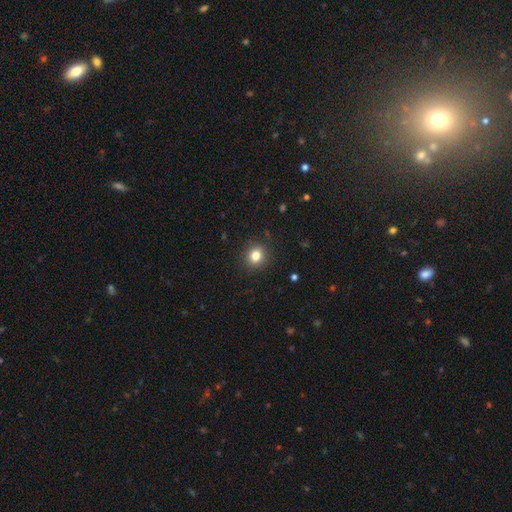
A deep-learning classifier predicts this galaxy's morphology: smooth_or_featured: smooth (p=0.82) [alt: star or artifact p=0.12]
how_rounded: round (p=0.79) [alt: in between p=0.20]
merging: none (p=0.90) [alt: minor disturbance p=0.07]